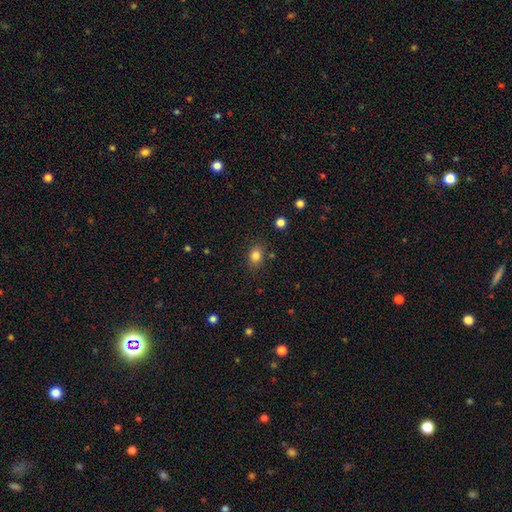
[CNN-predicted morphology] smooth_or_featured: smooth (p=0.83) [alt: star or artifact p=0.11]
how_rounded: in between (p=0.55) [alt: round p=0.44]
merging: none (p=0.81) [alt: minor disturbance p=0.12]